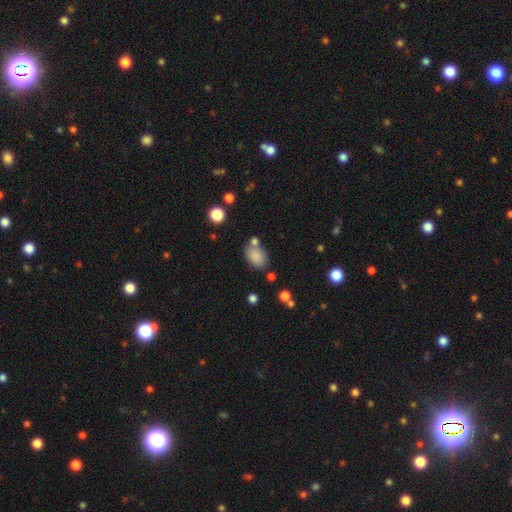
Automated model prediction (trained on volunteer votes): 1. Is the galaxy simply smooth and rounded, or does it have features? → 83% smooth, 9% star or artifact, 7% featured or disk.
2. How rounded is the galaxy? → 84% in between, 15% round, 1% cigar-shaped.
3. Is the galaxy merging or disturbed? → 65% none, 16% minor disturbance, 14% merger, 5% major disturbance.